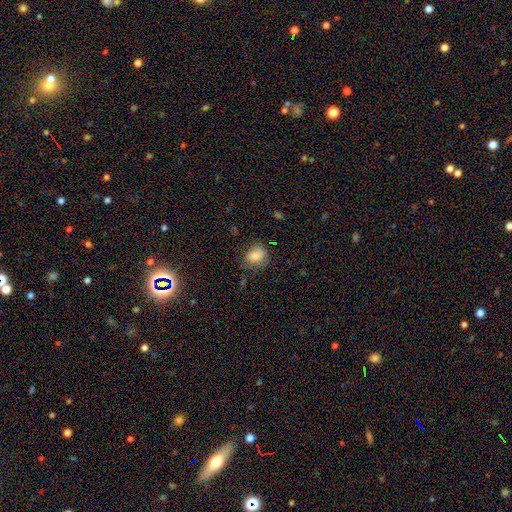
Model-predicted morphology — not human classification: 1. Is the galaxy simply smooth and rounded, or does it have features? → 80% smooth, 10% featured or disk, 10% star or artifact.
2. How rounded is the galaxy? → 52% in between, 47% round, 1% cigar-shaped.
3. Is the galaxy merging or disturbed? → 62% none, 25% minor disturbance, 10% major disturbance, 2% merger.